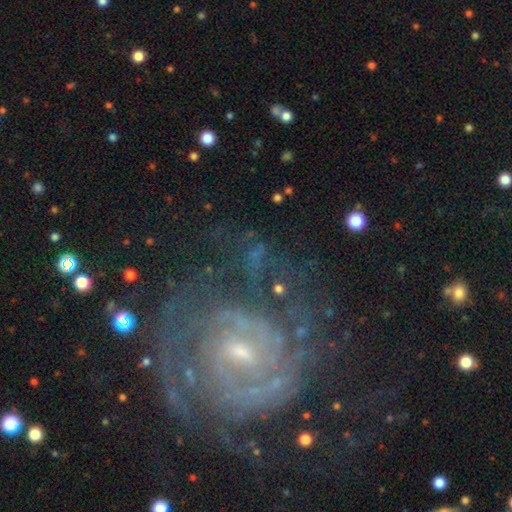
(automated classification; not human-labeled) Q: Smooth or featured?
A: featured or disk (62%); runner-up: star or artifact (20%)
Q: Edge-on disk?
A: no (95%); runner-up: yes (5%)
Q: Bar?
A: no (46%); runner-up: weak (36%)
Q: Spiral arms?
A: yes (80%); runner-up: no (20%)
Q: Bulge size?
A: small (54%); runner-up: moderate (30%)
Q: Merging?
A: none (60%); runner-up: major disturbance (17%)